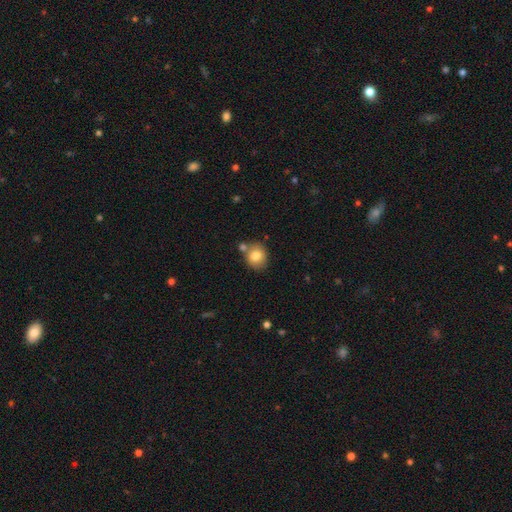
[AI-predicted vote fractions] smooth_or_featured: smooth (p=0.80) [alt: featured or disk p=0.11]
how_rounded: round (p=0.75) [alt: in between p=0.25]
merging: none (p=0.66) [alt: merger p=0.18]